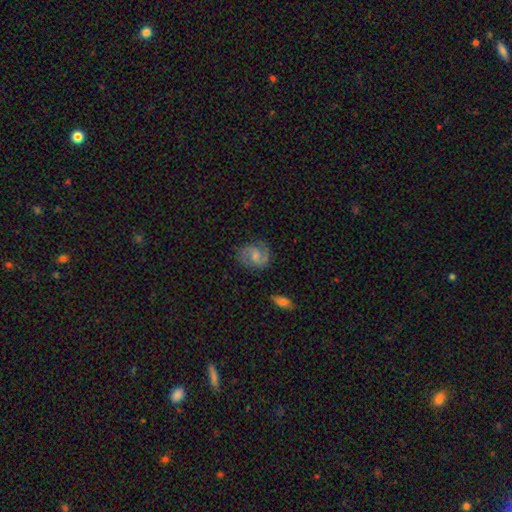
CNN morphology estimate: The model was most divided on "bulge size": small: 48%, moderate: 40%, none: 8%, large: 3%, dominant: 1%. More confident: edge-on disk — no (98%); spiral arms — yes (95%); spiral arm count — 2 (87%); merging — none (76%); smooth or featured — featured or disk (76%); bar — no (53%); spiral winding — medium (53%).